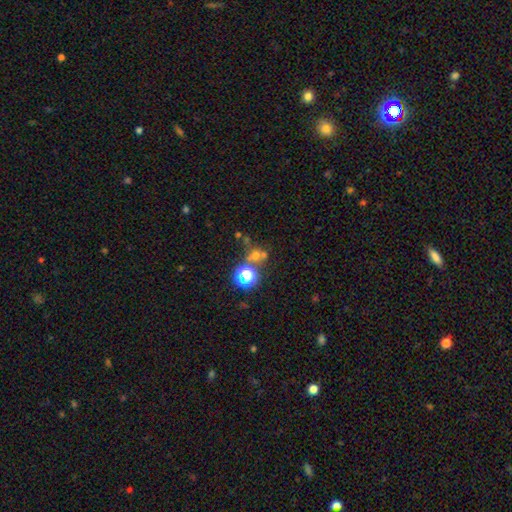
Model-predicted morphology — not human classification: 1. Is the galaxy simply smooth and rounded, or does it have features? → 47% smooth, 39% star or artifact, 15% featured or disk.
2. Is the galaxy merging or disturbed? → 53% none, 31% merger, 9% minor disturbance, 7% major disturbance.